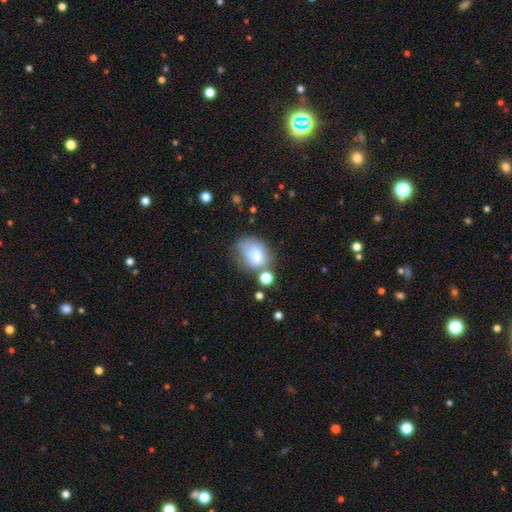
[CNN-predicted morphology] smooth_or_featured: smooth (p=0.72) [alt: featured or disk p=0.18]
how_rounded: in between (p=0.60) [alt: round p=0.39]
merging: none (p=0.38) [alt: minor disturbance p=0.27]